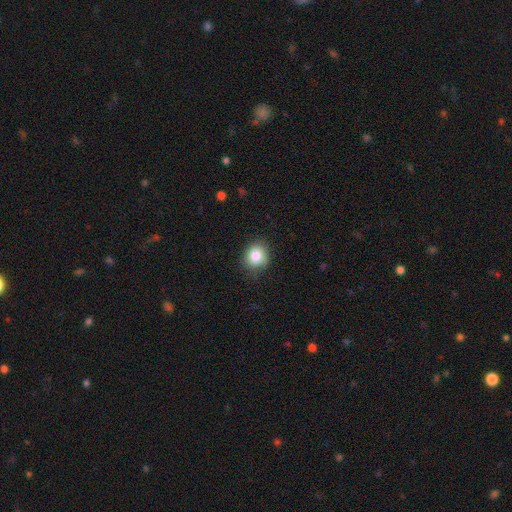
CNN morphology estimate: Smooth or featured? smooth (83%)
How rounded? round (71%)
Merging? none (79%)